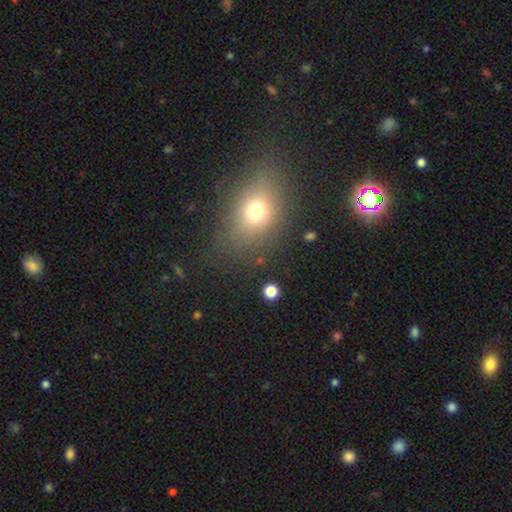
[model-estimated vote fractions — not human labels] This is possibly a smooth galaxy (58%). How rounded: likely in between (65%). Merging: clearly none (81%).